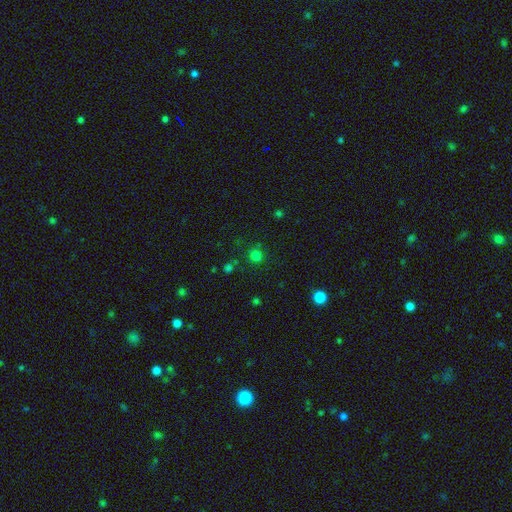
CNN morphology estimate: A smooth galaxy with no disk features (75%) that is round (91%). Merging: none (82%).